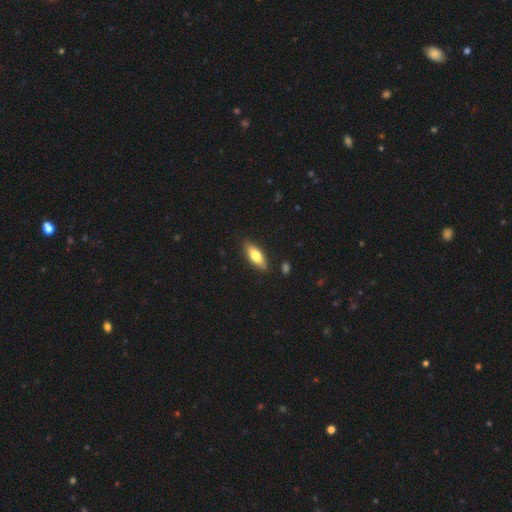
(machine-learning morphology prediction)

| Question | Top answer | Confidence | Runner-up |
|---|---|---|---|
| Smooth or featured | smooth | 70% | featured or disk (24%) |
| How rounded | in between | 66% | cigar-shaped (32%) |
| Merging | none | 85% | minor disturbance (11%) |